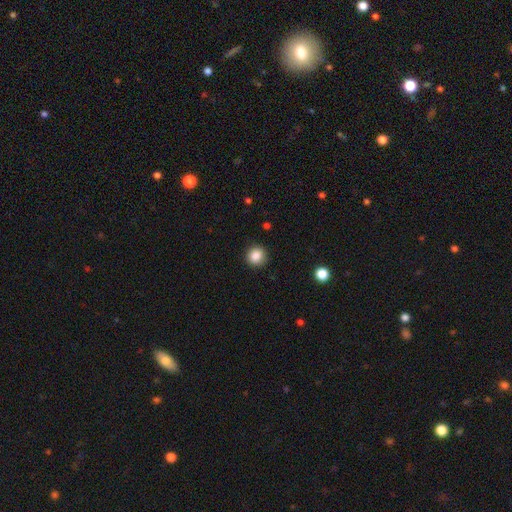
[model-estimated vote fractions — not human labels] A smooth galaxy with no disk features (87%) that is round (90%).

Vote fractions:
- Smooth or featured? smooth: 87% / star or artifact: 10% / featured or disk: 4%
- How rounded? round: 90% / in between: 9% / cigar-shaped: 1%
- Merging? none: 90% / minor disturbance: 7% / major disturbance: 2% / merger: 1%